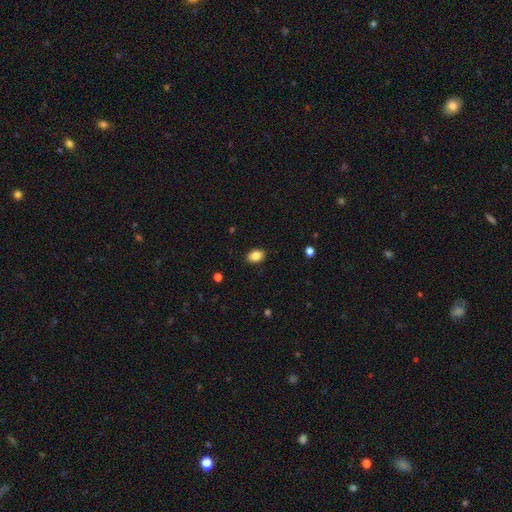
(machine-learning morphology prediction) smooth-or-featured: smooth: 87% | star or artifact: 8% | featured or disk: 5%
  how-rounded: in between: 82% | round: 17% | cigar-shaped: 1%
  merging: none: 88% | minor disturbance: 8% | major disturbance: 2% | merger: 1%